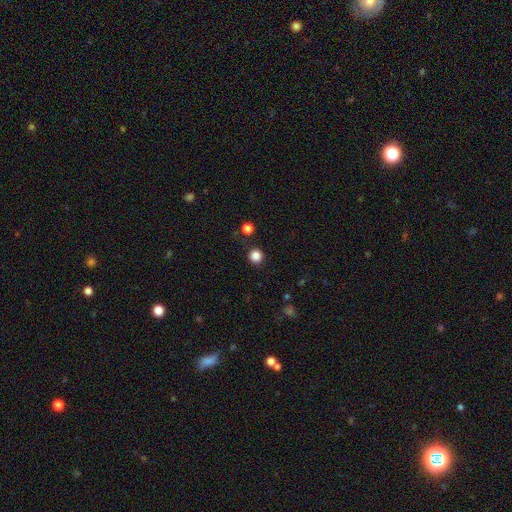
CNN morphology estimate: Smooth or featured? smooth (85%)
How rounded? round (94%)
Merging? none (90%)